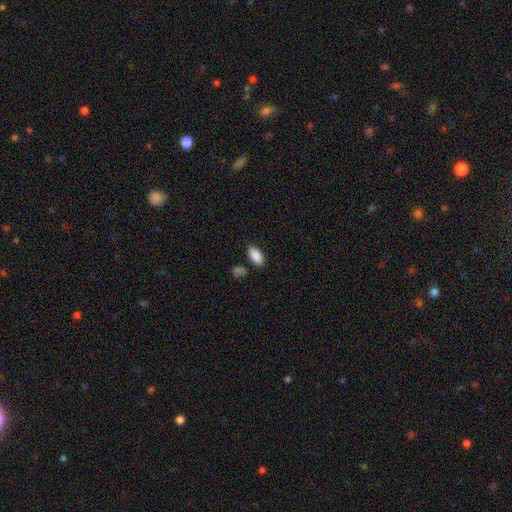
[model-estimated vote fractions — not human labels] A smooth galaxy with no disk features (88%) that is in between round and cigar-shaped (92%). Merging: none (80%).